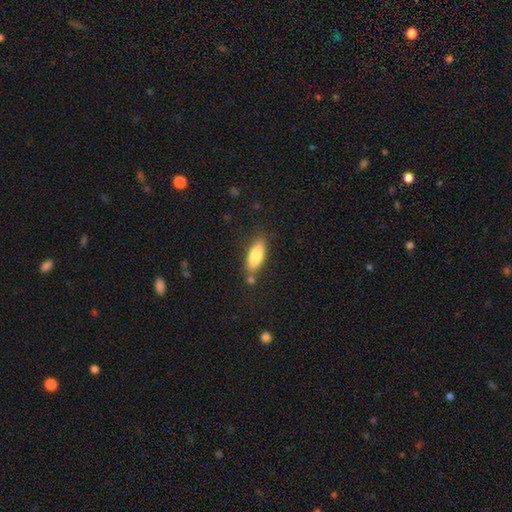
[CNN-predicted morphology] smooth-or-featured: smooth: 80% | featured or disk: 14% | star or artifact: 6%
  how-rounded: in between: 65% | cigar-shaped: 33% | round: 2%
  merging: none: 75% | minor disturbance: 14% | merger: 7% | major disturbance: 3%